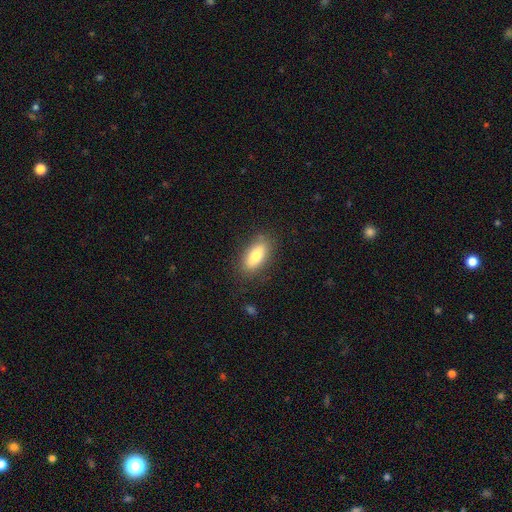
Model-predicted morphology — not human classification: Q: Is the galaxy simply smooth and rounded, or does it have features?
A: smooth — 78%.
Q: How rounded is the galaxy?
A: in between — 80%.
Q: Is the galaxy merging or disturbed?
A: none — 82%.